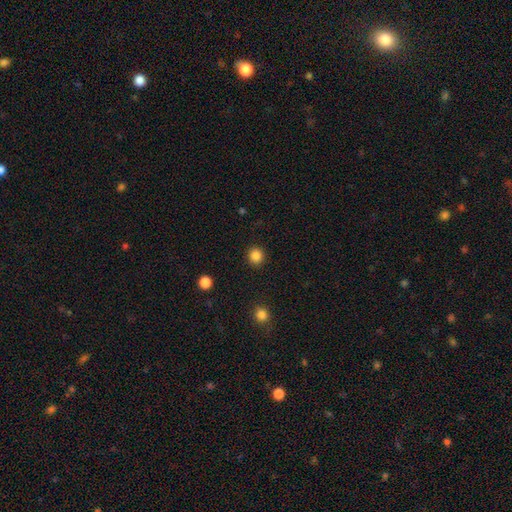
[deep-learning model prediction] smooth-or-featured: smooth: 85% | star or artifact: 11% | featured or disk: 3%
  how-rounded: round: 91% | in between: 8% | cigar-shaped: 1%
  merging: none: 91% | minor disturbance: 5% | major disturbance: 2% | merger: 1%